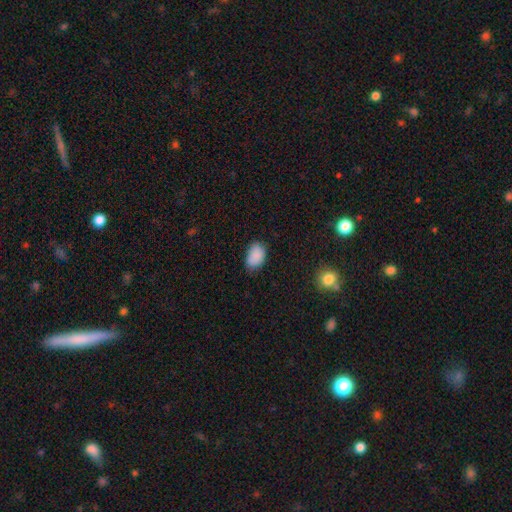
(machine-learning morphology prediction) Q: Smooth or featured?
A: smooth (88%); runner-up: star or artifact (8%)
Q: How rounded?
A: in between (88%); runner-up: round (11%)
Q: Merging?
A: none (71%); runner-up: minor disturbance (23%)